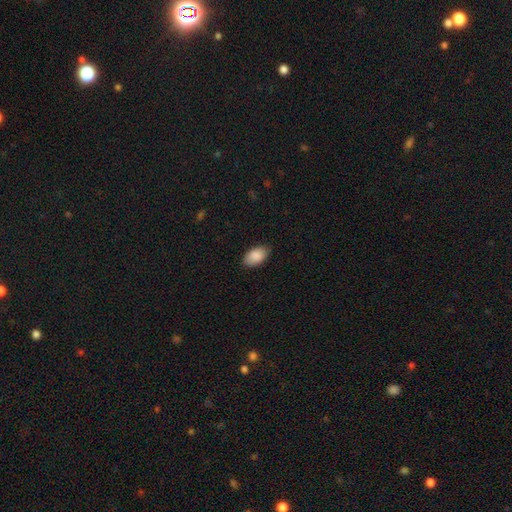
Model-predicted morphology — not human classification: smooth_or_featured: smooth (p=0.89) [alt: star or artifact p=0.06]
how_rounded: in between (p=0.94) [alt: round p=0.04]
merging: none (p=0.85) [alt: minor disturbance p=0.12]